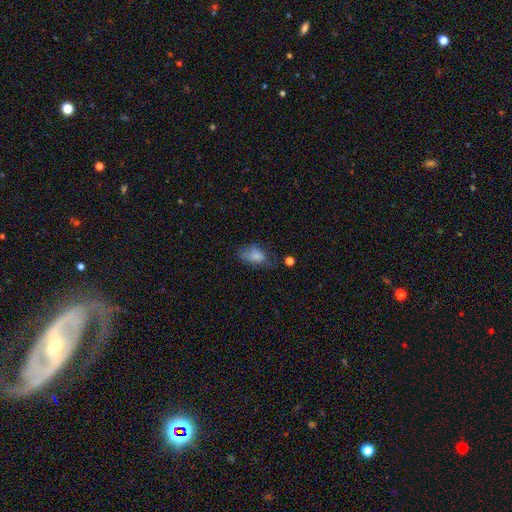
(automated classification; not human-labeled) Morphology: type=smooth (76%); roundness=in between (88%); merging=none (42%).